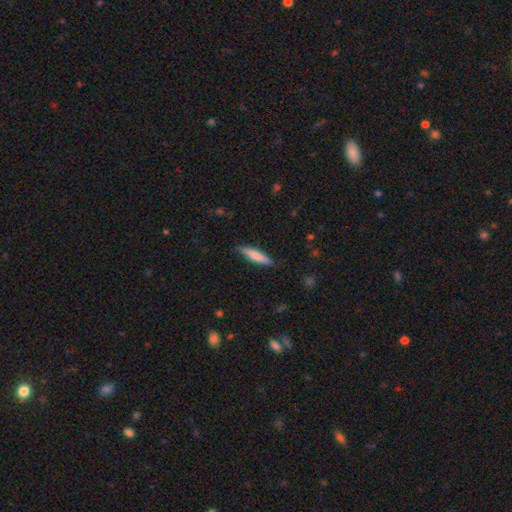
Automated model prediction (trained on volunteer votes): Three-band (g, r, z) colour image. It shows a smooth galaxy with no disk features (77%) that is cigar-shaped (80%). Merging: none (85%).